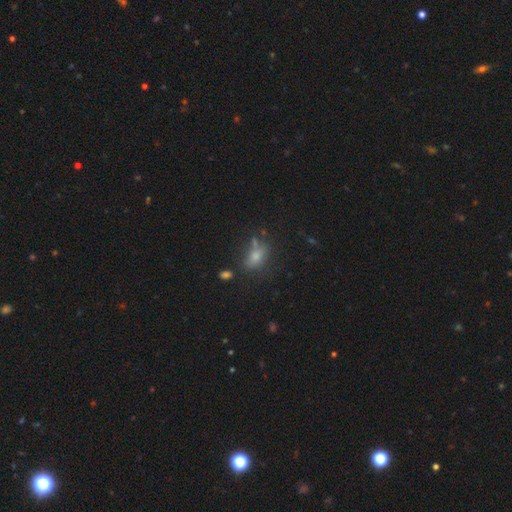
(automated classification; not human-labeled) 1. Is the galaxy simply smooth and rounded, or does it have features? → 61% smooth, 22% star or artifact, 17% featured or disk.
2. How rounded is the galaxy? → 71% in between, 20% round, 9% cigar-shaped.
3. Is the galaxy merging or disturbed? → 61% none, 19% minor disturbance, 12% merger, 8% major disturbance.